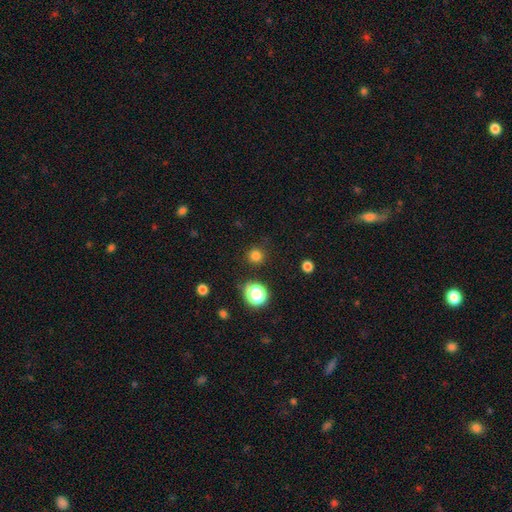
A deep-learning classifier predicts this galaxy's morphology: This appears to be a smooth galaxy with no disk features (78%) that is round (94%). Merging: none (89%).